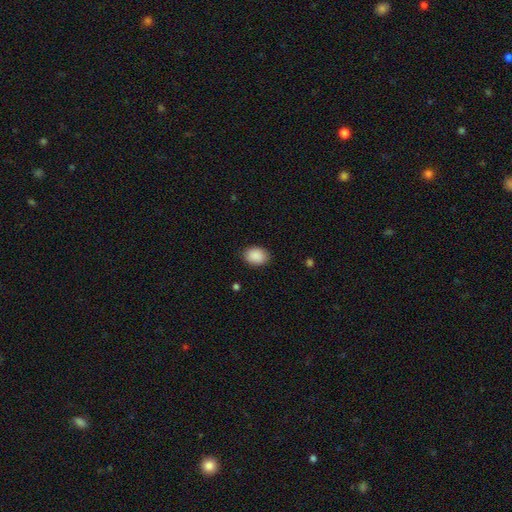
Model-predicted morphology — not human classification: Overall: smooth (90%). How rounded: in between (69%; round 30%). Merging: none (87%).